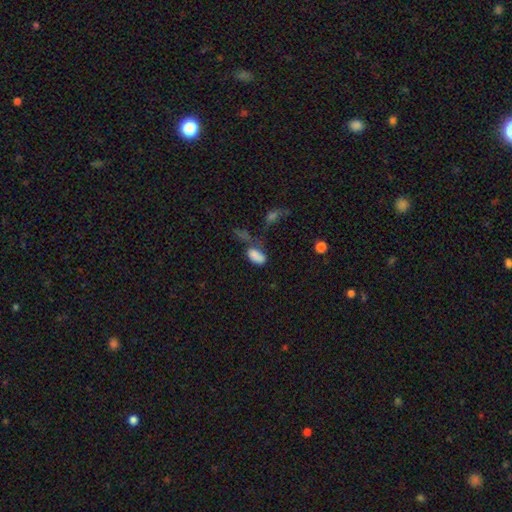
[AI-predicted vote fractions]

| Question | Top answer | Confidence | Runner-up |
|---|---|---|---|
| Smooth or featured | smooth | 81% | star or artifact (11%) |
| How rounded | in between | 92% | cigar-shaped (4%) |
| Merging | none | 36% | merger (24%) |